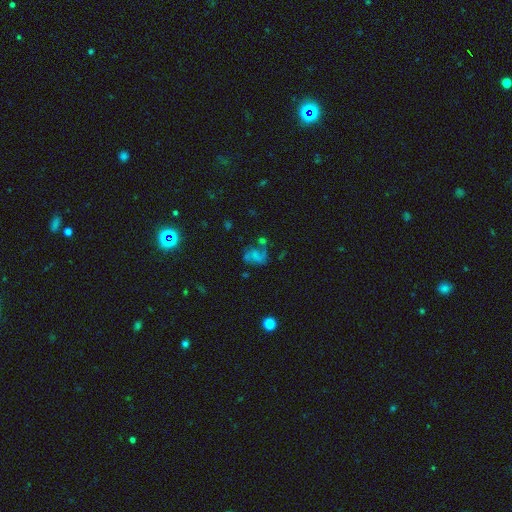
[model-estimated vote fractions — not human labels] featured or disk 53%, smooth 29%, star or artifact 18%. Down the decision tree: edge-on disk — no (98%); bar — no (64%); spiral arms — yes (75%); bulge size — none (63%); merging — none (40%).